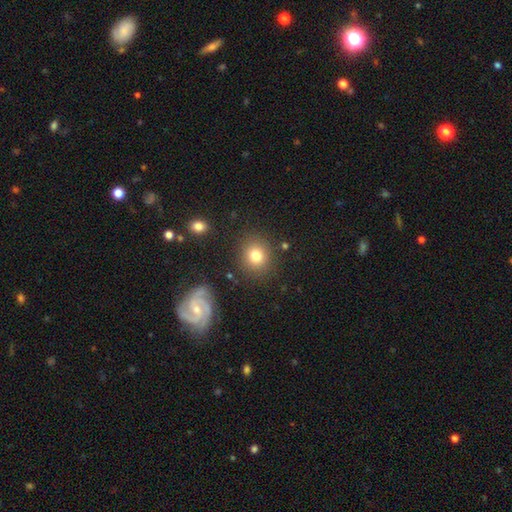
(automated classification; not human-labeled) The model was most divided on "smooth or featured": smooth: 77%, featured or disk: 11%, star or artifact: 11%. More confident: merging — none (85%); how rounded — round (82%).